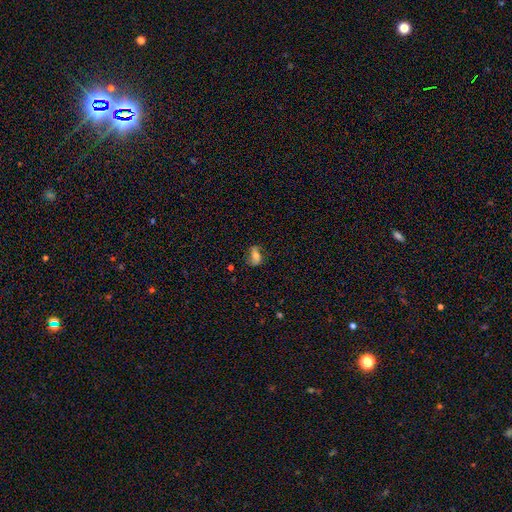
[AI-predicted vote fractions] Q: Smooth or featured?
A: featured or disk (46%); runner-up: smooth (44%)
Q: Merging?
A: none (68%); runner-up: minor disturbance (21%)